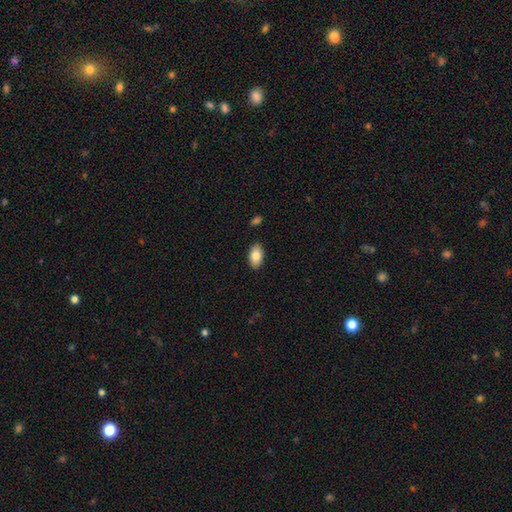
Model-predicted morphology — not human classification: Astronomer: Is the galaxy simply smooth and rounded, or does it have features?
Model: smooth — 82%.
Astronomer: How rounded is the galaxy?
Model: in between — 94%.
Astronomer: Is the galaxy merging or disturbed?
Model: none — 88%.